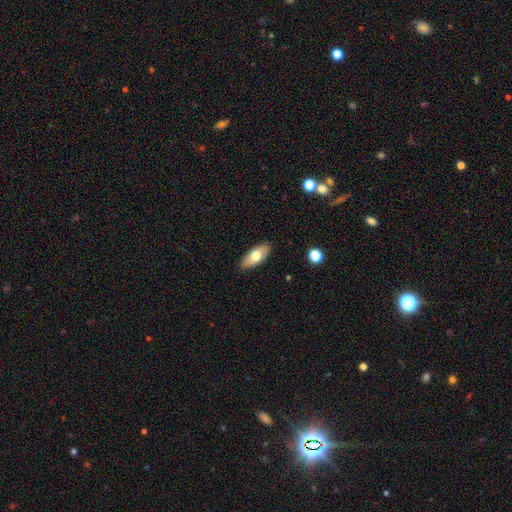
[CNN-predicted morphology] smooth-or-featured: smooth: 68% | featured or disk: 26% | star or artifact: 6%
  how-rounded: in between: 84% | cigar-shaped: 14% | round: 3%
  merging: none: 88% | minor disturbance: 9% | major disturbance: 2% | merger: 1%